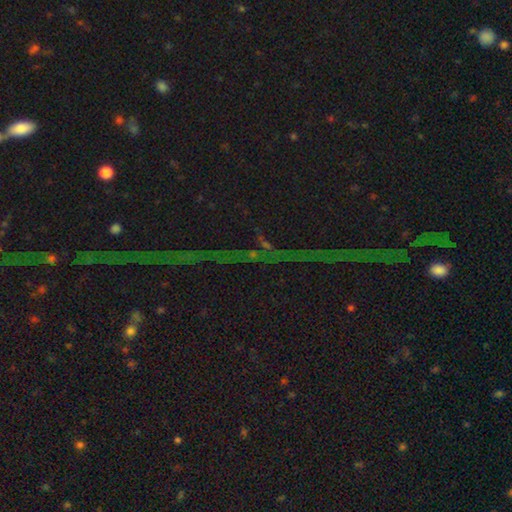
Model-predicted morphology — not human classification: smooth-or-featured: star or artifact: 82% | featured or disk: 10% | smooth: 8%